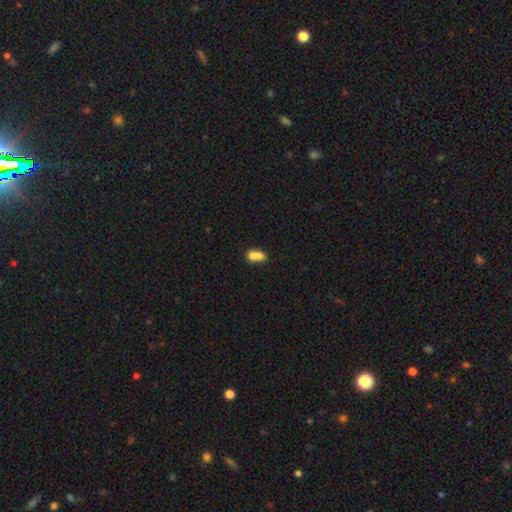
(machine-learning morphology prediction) smooth-or-featured: smooth: 73% | featured or disk: 17% | star or artifact: 10%
  how-rounded: in between: 74% | round: 18% | cigar-shaped: 8%
  merging: merger: 56% | none: 29% | minor disturbance: 11% | major disturbance: 5%